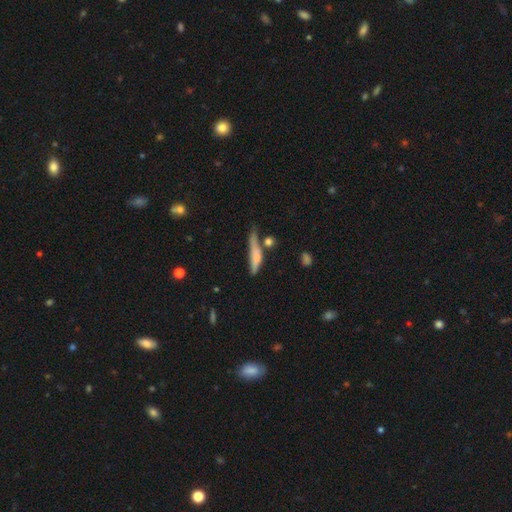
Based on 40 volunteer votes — Smooth or featured? 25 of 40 (62%) said smooth. How rounded? 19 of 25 (76%) said cigar-shaped. Merging? 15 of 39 (38%) said major disturbance.